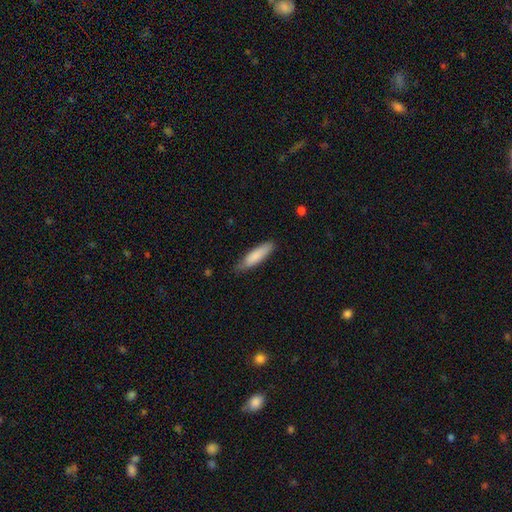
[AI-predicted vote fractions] A smooth galaxy with no disk features (84%) that is cigar-shaped (64%). Merging: none (73%).